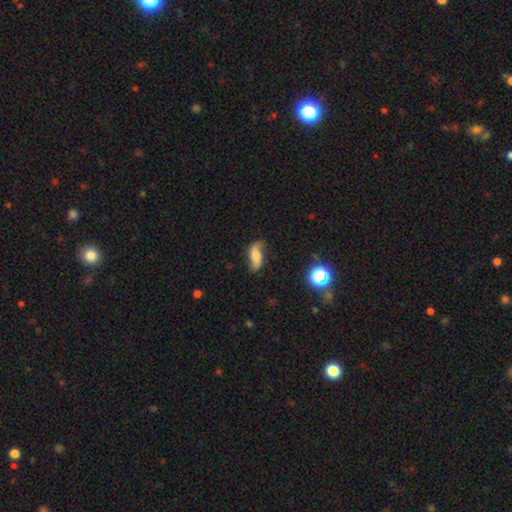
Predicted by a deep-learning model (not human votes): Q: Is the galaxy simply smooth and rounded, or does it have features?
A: featured or disk — 49%.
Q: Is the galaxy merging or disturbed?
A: none — 71%.